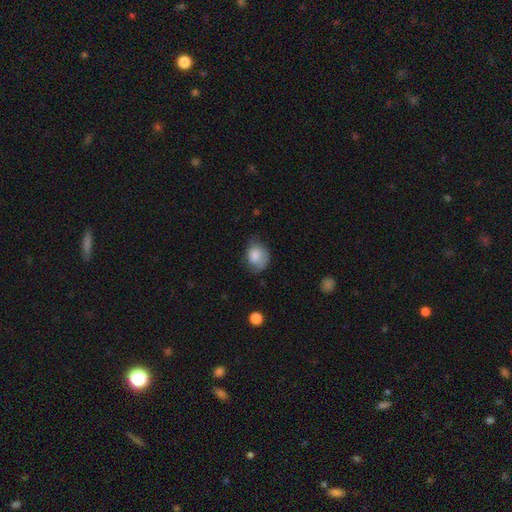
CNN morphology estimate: Smooth or featured? smooth (78%)
How rounded? in between (60%)
Merging? none (48%)